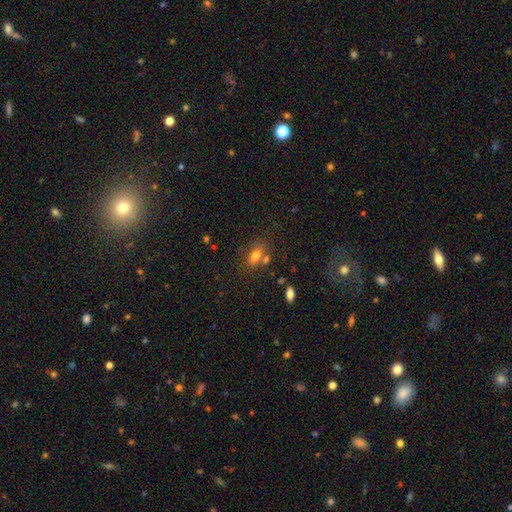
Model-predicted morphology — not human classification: Smooth or featured? Predicted: smooth (p=0.73). How rounded? Predicted: in between (p=0.80). Merging? Predicted: none (p=0.59).